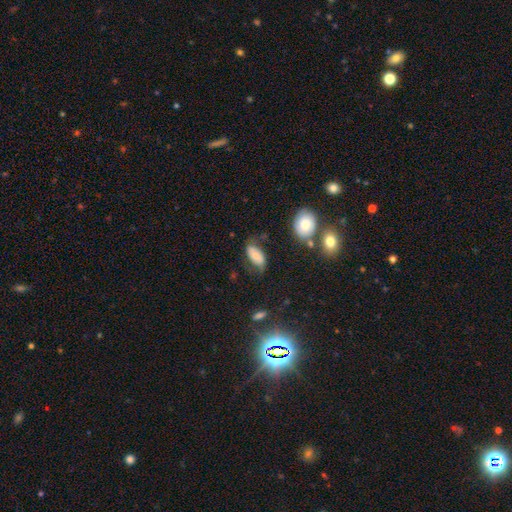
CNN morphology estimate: Smooth or featured? smooth (60%)
How rounded? in between (90%)
Merging? none (52%)